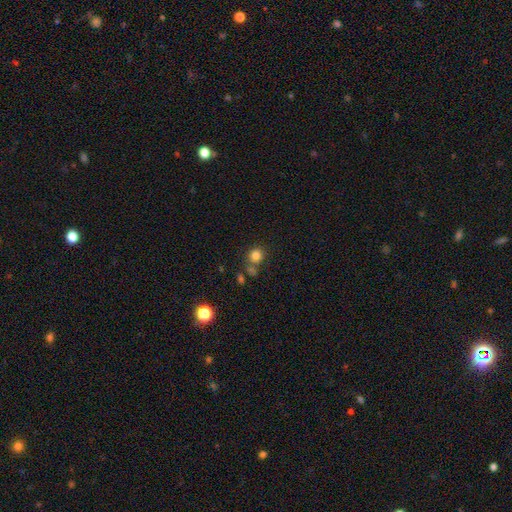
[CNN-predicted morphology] This appears to be a smooth galaxy with no disk features (81%) that is round (86%). Merging: none (70%).